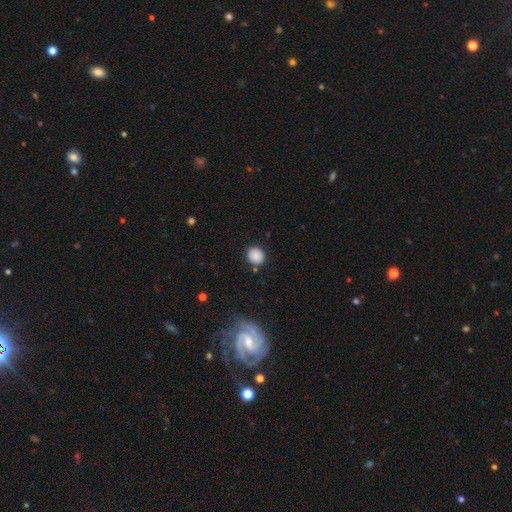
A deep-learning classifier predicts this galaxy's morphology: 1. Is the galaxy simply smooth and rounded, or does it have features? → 86% smooth, 10% star or artifact, 4% featured or disk.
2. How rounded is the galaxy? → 83% round, 16% in between, 1% cigar-shaped.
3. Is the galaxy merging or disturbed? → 85% none, 10% minor disturbance, 3% major disturbance, 3% merger.